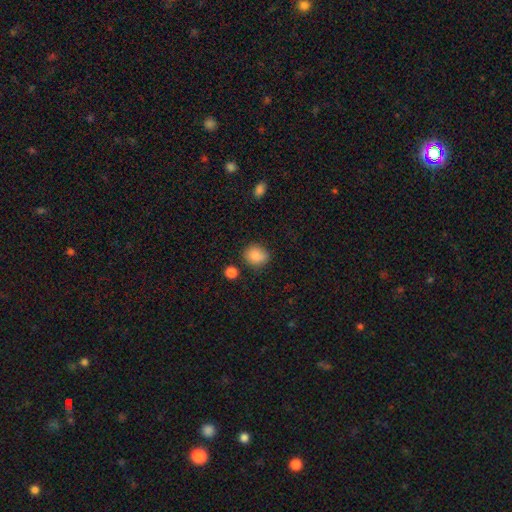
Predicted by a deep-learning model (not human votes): Overall: smooth (86%). How rounded: round (69%; in between 30%). Merging: none (76%).